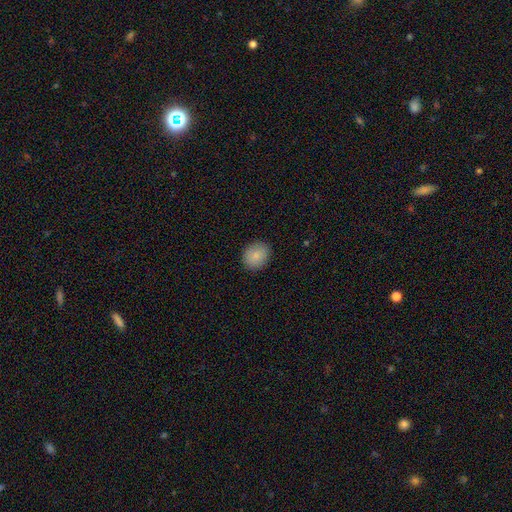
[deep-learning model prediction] Overall: smooth (86%). How rounded: round (58%; in between 41%). Merging: none (88%).